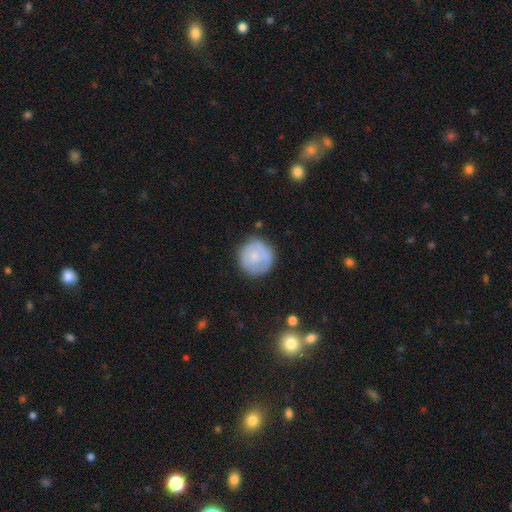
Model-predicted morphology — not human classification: This is likely a smooth galaxy (68%). How rounded: clearly round (92%). Merging: likely none (73%).